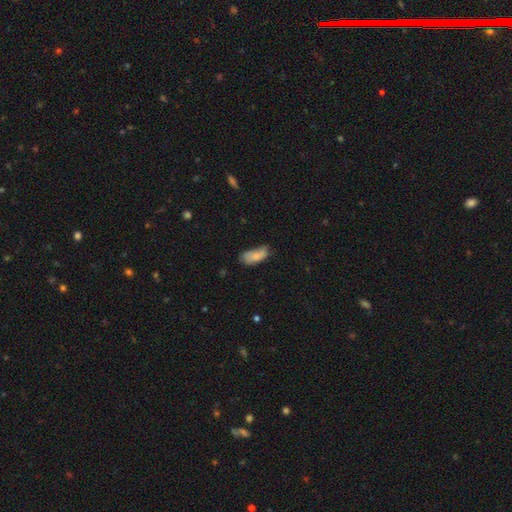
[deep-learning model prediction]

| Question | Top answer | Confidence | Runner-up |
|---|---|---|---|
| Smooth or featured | smooth | 75% | featured or disk (17%) |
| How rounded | in between | 87% | cigar-shaped (11%) |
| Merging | none | 41% | minor disturbance (37%) |